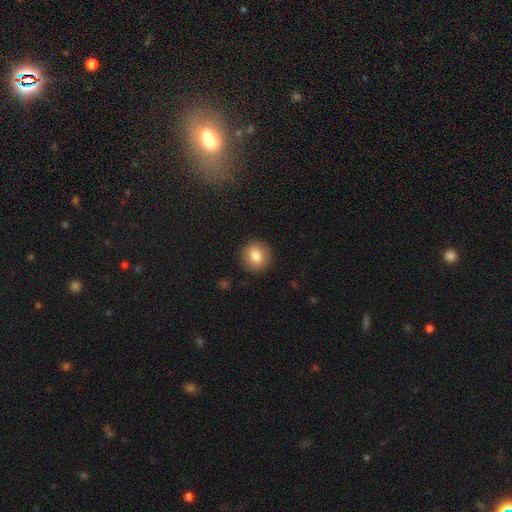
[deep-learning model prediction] smooth_or_featured: smooth (p=0.82) [alt: featured or disk p=0.10]
how_rounded: round (p=0.87) [alt: in between p=0.12]
merging: none (p=0.91) [alt: minor disturbance p=0.06]